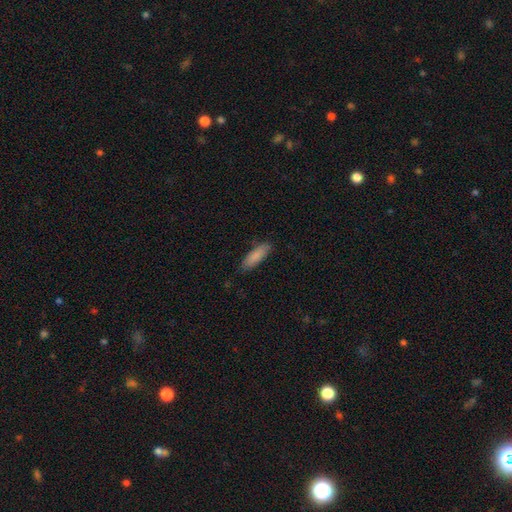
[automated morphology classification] smooth_or_featured: smooth (p=0.86) [alt: featured or disk p=0.08]
how_rounded: cigar-shaped (p=0.50) [alt: in between p=0.48]
merging: none (p=0.84) [alt: minor disturbance p=0.13]